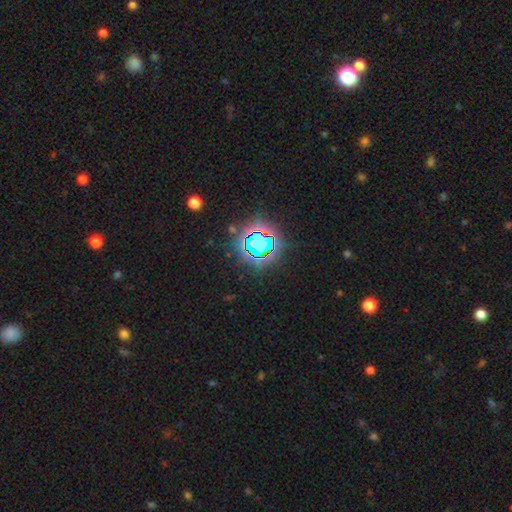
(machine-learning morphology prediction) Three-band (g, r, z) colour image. It shows a star or artifact, not a galaxy (77%).